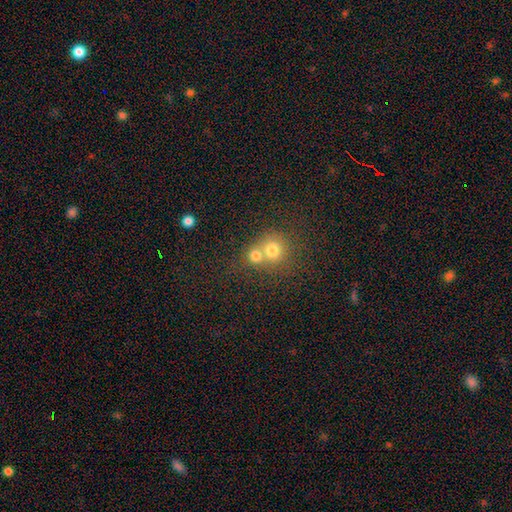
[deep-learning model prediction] Overall: smooth (73%). How rounded: round (85%). Merging: merger (55%; none 37%).